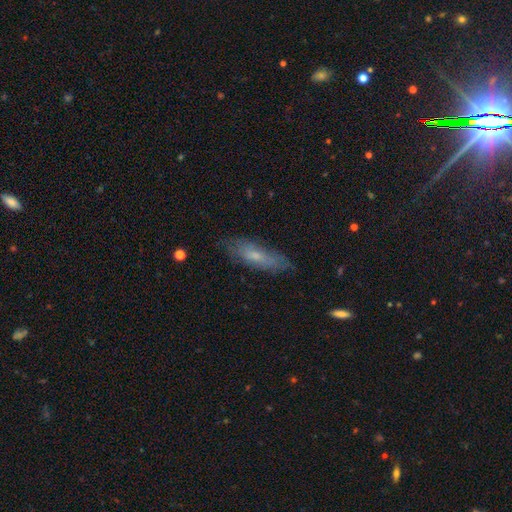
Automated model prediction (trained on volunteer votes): Q: Smooth or featured?
A: smooth (55%); runner-up: featured or disk (37%)
Q: How rounded?
A: cigar-shaped (52%); runner-up: in between (46%)
Q: Merging?
A: none (74%); runner-up: minor disturbance (19%)